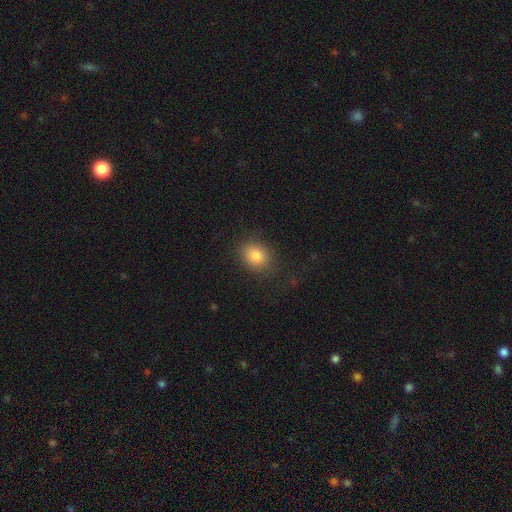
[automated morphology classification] A smooth galaxy with no disk features (84%) that is round (53%).

Vote fractions:
- Smooth or featured? smooth: 84% / star or artifact: 10% / featured or disk: 6%
- How rounded? round: 53% / in between: 46% / cigar-shaped: 1%
- Merging? none: 83% / minor disturbance: 12% / major disturbance: 5% / merger: 1%